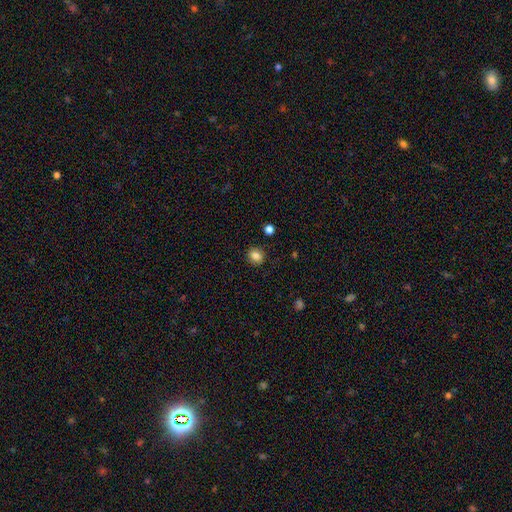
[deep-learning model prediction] Smooth or featured? smooth (85%)
How rounded? round (71%)
Merging? none (88%)